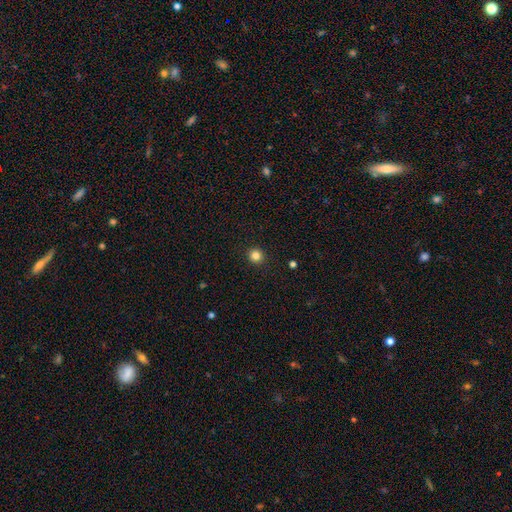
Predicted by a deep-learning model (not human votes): Morphology: type=smooth (84%); roundness=round (93%); merging=none (93%).